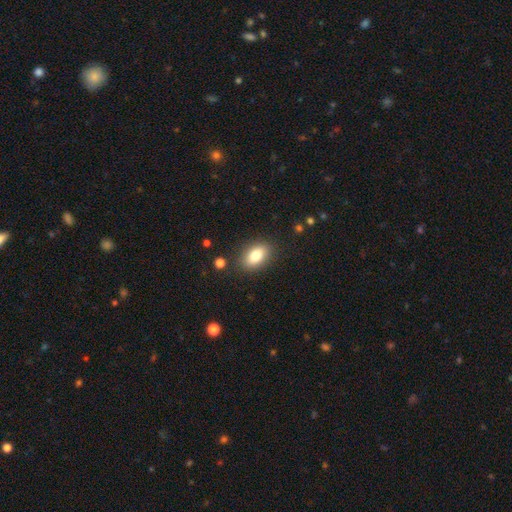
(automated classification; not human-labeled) This appears to be a smooth galaxy with no disk features (80%) that is in between round and cigar-shaped (87%). Merging: none (86%).